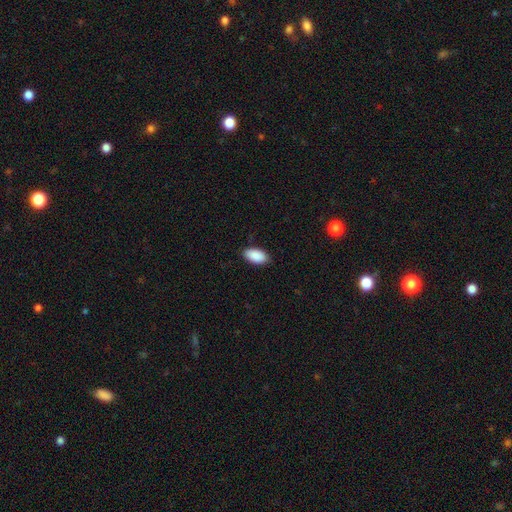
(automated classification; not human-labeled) Q: Smooth or featured?
A: smooth (91%); runner-up: star or artifact (6%)
Q: How rounded?
A: in between (95%); runner-up: round (3%)
Q: Merging?
A: none (86%); runner-up: minor disturbance (11%)